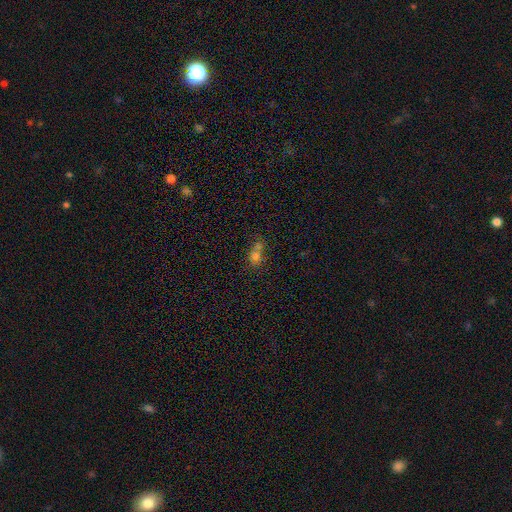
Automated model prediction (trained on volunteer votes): Morphology: type=smooth (69%); roundness=round (65%); merging=merger (55%).